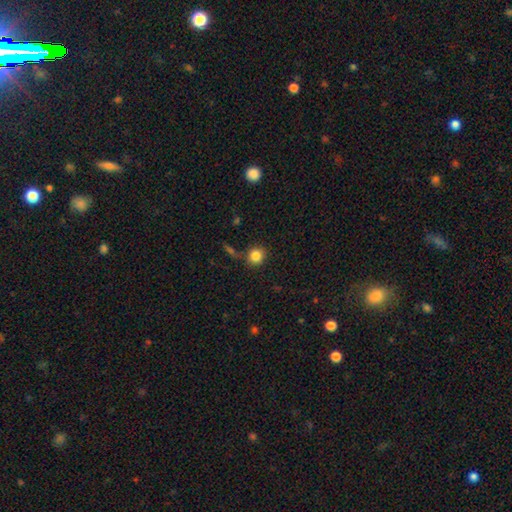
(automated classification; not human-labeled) smooth_or_featured: smooth (p=0.84) [alt: star or artifact p=0.11]
how_rounded: round (p=0.89) [alt: in between p=0.10]
merging: none (p=0.77) [alt: minor disturbance p=0.11]